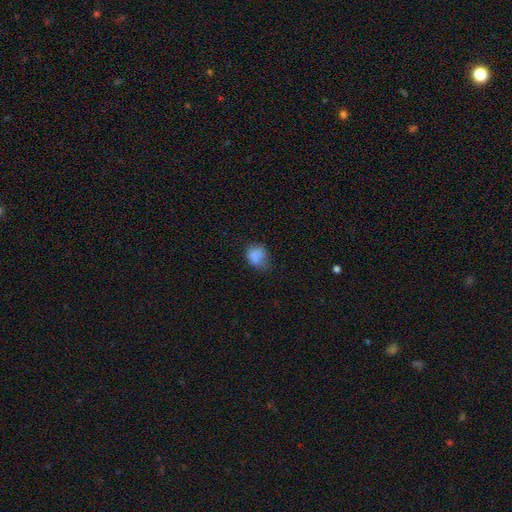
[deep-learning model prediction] This is clearly a smooth galaxy (83%). How rounded: possibly round (56%). Merging: possibly none (49%).